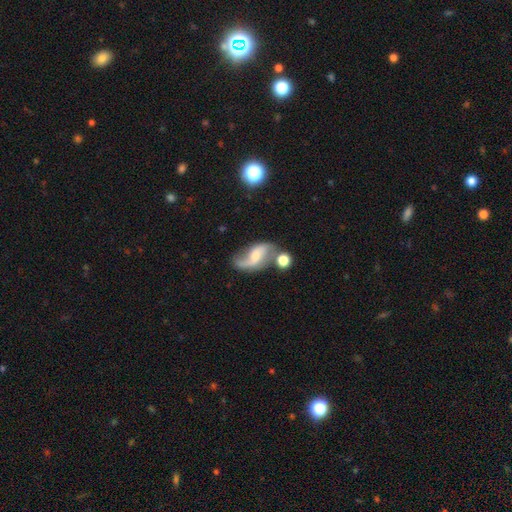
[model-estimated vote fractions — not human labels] smooth-or-featured: featured or disk: 76% | smooth: 17% | star or artifact: 8%
  disk-edge-on: no: 96% | yes: 4%
    bar: no: 44% | weak: 40% | strong: 17%
    has-spiral-arms: yes: 93% | no: 7%
      spiral-winding: loose: 75% | medium: 20% | tight: 5%
      spiral-arm-count: 2: 86% | 1: 7% | can't tell: 3% | 3: 1% | 4: 1% | more than 4: 1%
    bulge-size: small: 44% | moderate: 36% | none: 12% | large: 6% | dominant: 2%
  merging: none: 51% | merger: 20% | minor disturbance: 18% | major disturbance: 11%